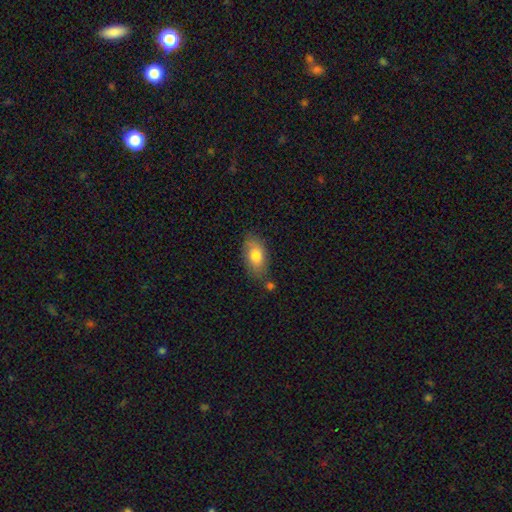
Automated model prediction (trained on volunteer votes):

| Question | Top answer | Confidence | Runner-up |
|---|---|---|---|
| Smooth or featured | smooth | 79% | featured or disk (14%) |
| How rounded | in between | 90% | round (6%) |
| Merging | none | 73% | minor disturbance (17%) |